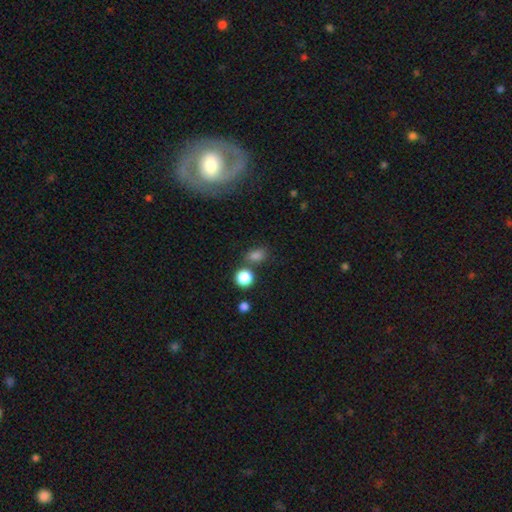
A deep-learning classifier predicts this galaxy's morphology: smooth 81%, star or artifact 14%, featured or disk 5%. Down the decision tree: how rounded — in between (60%); merging — none (67%).